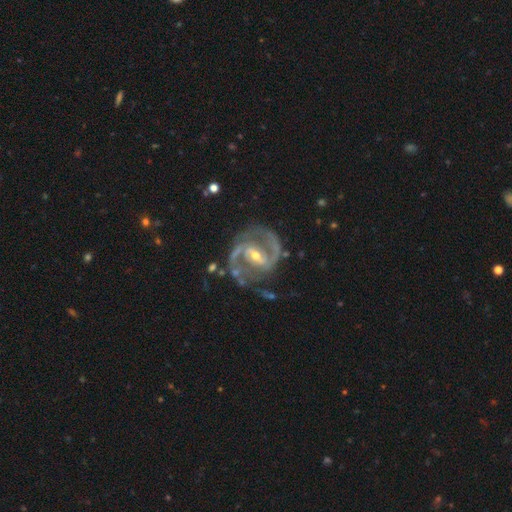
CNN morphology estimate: Q: Smooth or featured?
A: featured or disk (93%); runner-up: star or artifact (4%)
Q: Edge-on disk?
A: no (98%); runner-up: yes (2%)
Q: Bar?
A: strong (44%); runner-up: weak (41%)
Q: Spiral arms?
A: yes (98%); runner-up: no (2%)
Q: Spiral winding?
A: medium (63%); runner-up: tight (26%)
Q: Spiral arm count?
A: 2 (91%); runner-up: 3 (3%)
Q: Bulge size?
A: moderate (49%); runner-up: small (47%)
Q: Merging?
A: none (71%); runner-up: minor disturbance (18%)